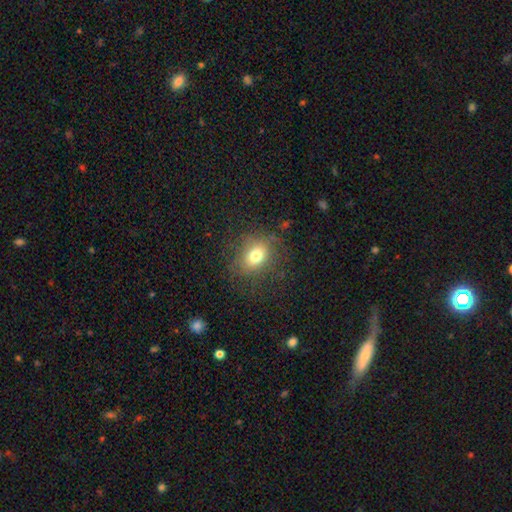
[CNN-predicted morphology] A smooth galaxy with no disk features (73%) that is in between round and cigar-shaped (49%, tied with round). Merging: none (75%).